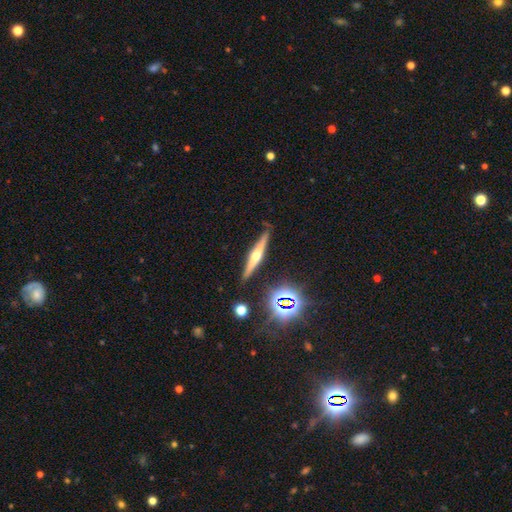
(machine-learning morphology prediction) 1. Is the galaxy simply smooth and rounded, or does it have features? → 65% featured or disk, 24% smooth, 11% star or artifact.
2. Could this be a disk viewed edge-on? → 97% yes, 3% no.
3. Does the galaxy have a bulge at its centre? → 89% rounded, 6% none, 5% boxy.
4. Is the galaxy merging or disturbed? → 87% none, 9% minor disturbance, 2% major disturbance, 2% merger.